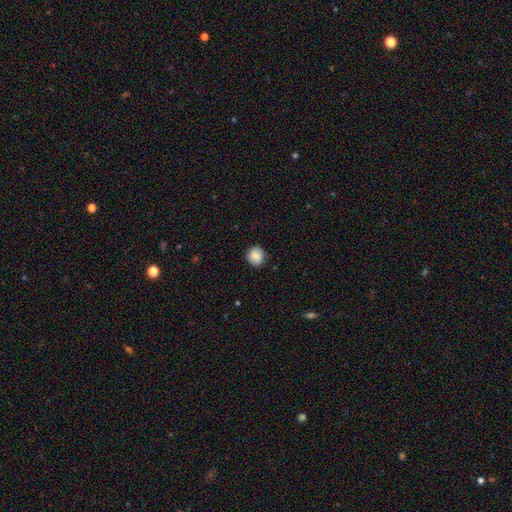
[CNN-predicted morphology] This appears to be a smooth galaxy with no disk features (84%) that is round (87%). Merging: none (84%).